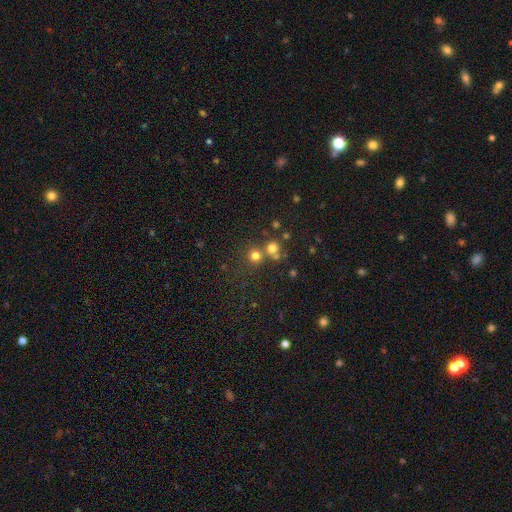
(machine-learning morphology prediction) This appears to be a smooth galaxy with no disk features (74%) that is round (92%). Merging: none (62%).